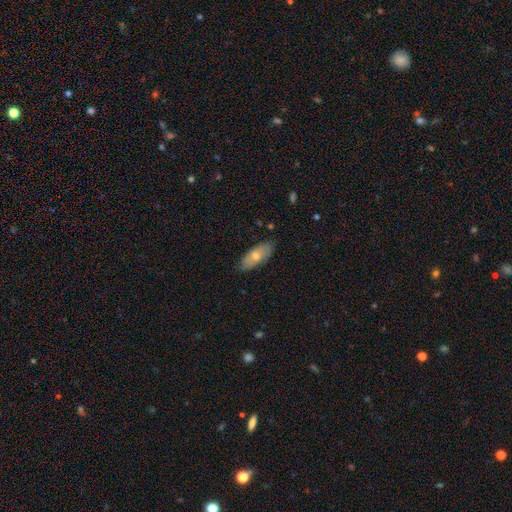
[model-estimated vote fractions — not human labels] Morphology: type=smooth (58%); roundness=in between (77%); merging=none (85%).